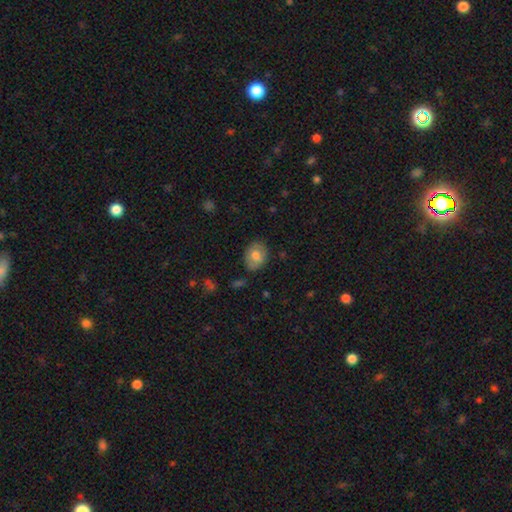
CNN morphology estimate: Smooth or featured?
  - smooth: 73% *
  - featured or disk: 19%
  - star or artifact: 8%
How rounded?
  - in between: 67% *
  - round: 32%
  - cigar-shaped: 1%
Merging?
  - none: 79% *
  - minor disturbance: 16%
  - major disturbance: 3%
  - merger: 2%